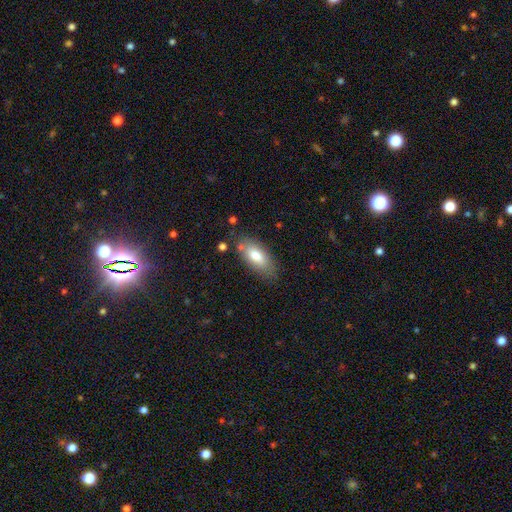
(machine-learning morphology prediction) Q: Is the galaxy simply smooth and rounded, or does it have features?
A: smooth — 76%.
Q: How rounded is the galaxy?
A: in between — 87%.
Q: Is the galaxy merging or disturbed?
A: none — 75%.